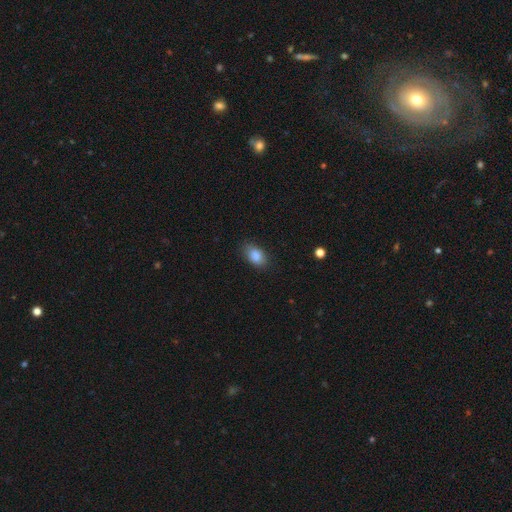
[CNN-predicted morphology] smooth-or-featured: smooth: 87% | star or artifact: 8% | featured or disk: 5%
  how-rounded: in between: 87% | round: 11% | cigar-shaped: 2%
  merging: none: 81% | minor disturbance: 15% | major disturbance: 4% | merger: 1%